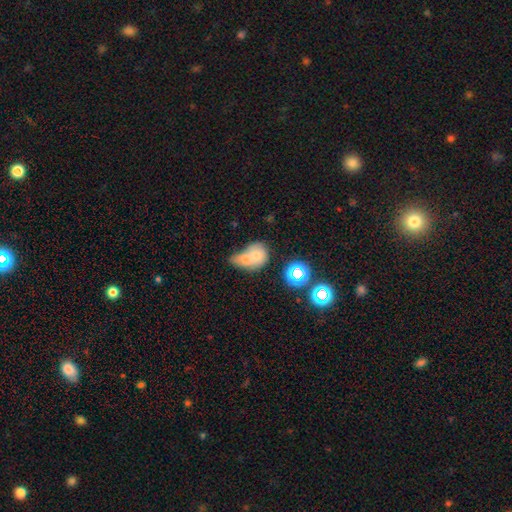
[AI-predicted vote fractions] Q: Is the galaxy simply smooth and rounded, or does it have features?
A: smooth — 66%.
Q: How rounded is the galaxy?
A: round — 52%.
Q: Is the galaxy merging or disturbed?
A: merger — 66%.